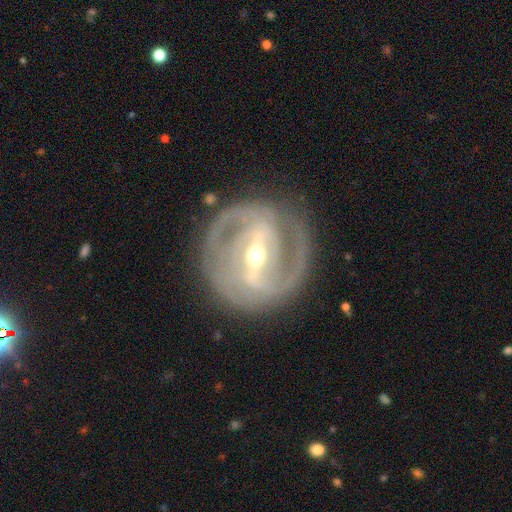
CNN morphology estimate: Q: Smooth or featured?
A: featured or disk (89%); runner-up: smooth (6%)
Q: Edge-on disk?
A: no (95%); runner-up: yes (5%)
Q: Bar?
A: strong (69%); runner-up: weak (24%)
Q: Spiral arms?
A: yes (93%); runner-up: no (7%)
Q: Spiral winding?
A: tight (59%); runner-up: medium (34%)
Q: Spiral arm count?
A: 2 (67%); runner-up: 3 (13%)
Q: Bulge size?
A: moderate (51%); runner-up: small (45%)
Q: Merging?
A: none (80%); runner-up: minor disturbance (12%)